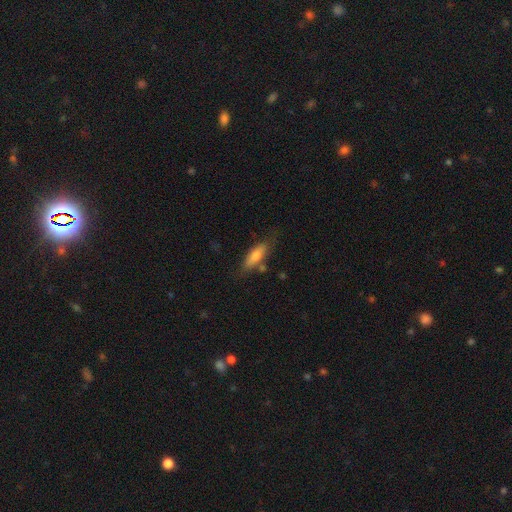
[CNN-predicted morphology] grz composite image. It shows a smooth galaxy with no disk features (69%) that is cigar-shaped (49%). Merging: none (69%).